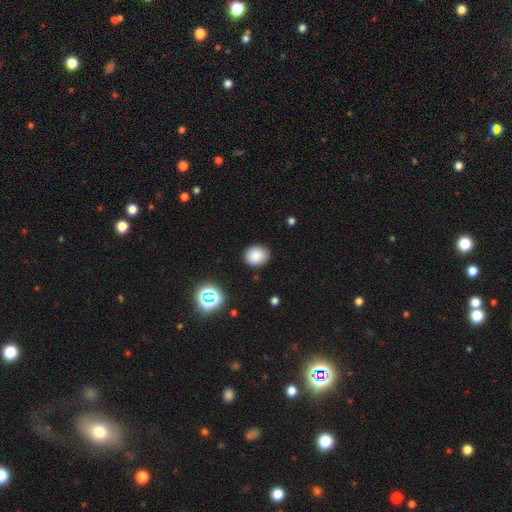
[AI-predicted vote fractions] This is clearly a smooth galaxy (84%). How rounded: likely round (69%). Merging: clearly none (85%).